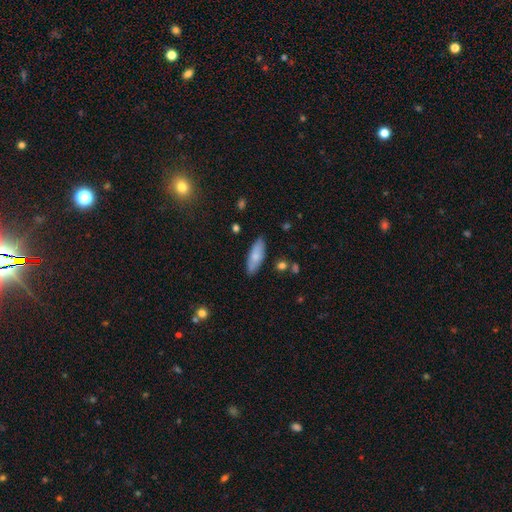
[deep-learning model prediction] The model was most divided on "how rounded": in between: 62%, cigar-shaped: 36%, round: 2%. More confident: merging — none (86%); smooth or featured — smooth (76%).